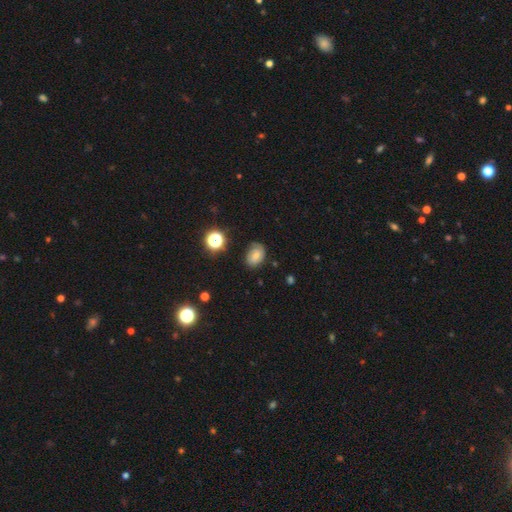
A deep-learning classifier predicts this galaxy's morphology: Overall: smooth (58%; featured or disk 27%). How rounded: in between (72%). Merging: none (68%).